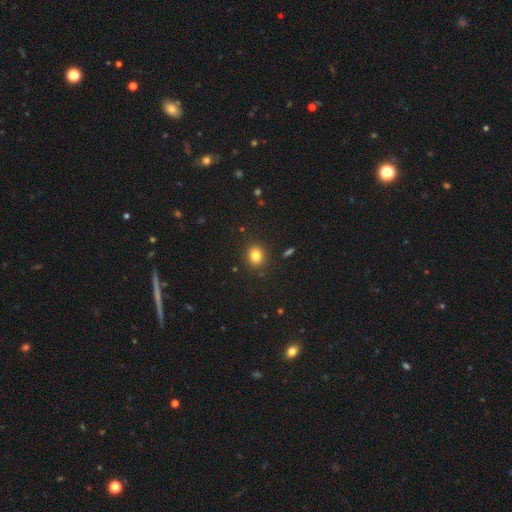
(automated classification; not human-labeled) smooth_or_featured: smooth (p=0.82) [alt: star or artifact p=0.12]
how_rounded: round (p=0.75) [alt: in between p=0.24]
merging: none (p=0.88) [alt: minor disturbance p=0.08]